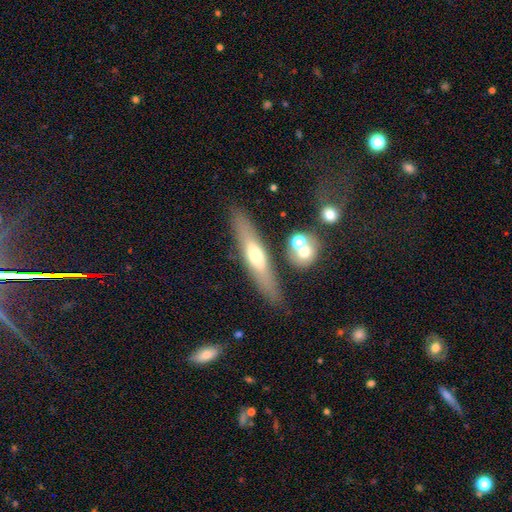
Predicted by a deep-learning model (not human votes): A featured or disk galaxy (52%) viewed edge-on (82%).

Vote fractions:
- Smooth or featured? featured or disk: 52% / smooth: 41% / star or artifact: 7%
- Edge-on disk? yes: 82% / no: 18%
- Merging? none: 81% / minor disturbance: 10% / merger: 5% / major disturbance: 3%